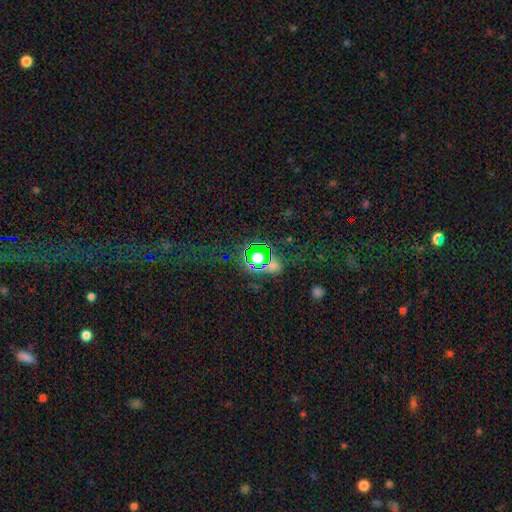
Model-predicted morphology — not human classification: star or artifact 59%, smooth 29%, featured or disk 12%.